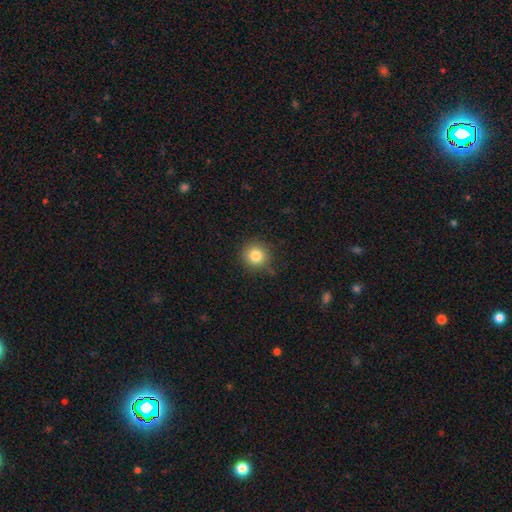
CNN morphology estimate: Smooth or featured? Predicted: smooth (p=0.82). How rounded? Predicted: round (p=0.93). Merging? Predicted: none (p=0.84).